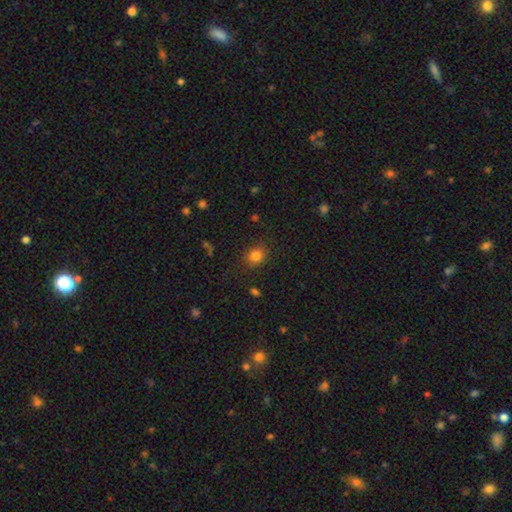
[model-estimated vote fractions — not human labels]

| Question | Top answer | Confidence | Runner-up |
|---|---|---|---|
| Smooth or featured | smooth | 82% | star or artifact (13%) |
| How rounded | round | 72% | in between (27%) |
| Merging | none | 84% | minor disturbance (11%) |